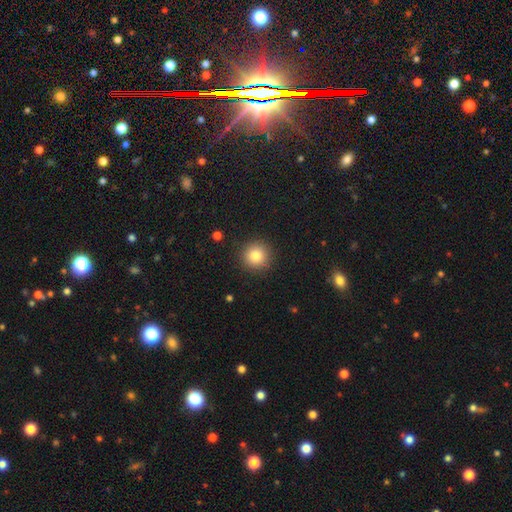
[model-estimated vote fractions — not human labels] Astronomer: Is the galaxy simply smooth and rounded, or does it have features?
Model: smooth — 83%.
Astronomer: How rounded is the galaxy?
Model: round — 94%.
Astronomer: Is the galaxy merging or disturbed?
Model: none — 91%.